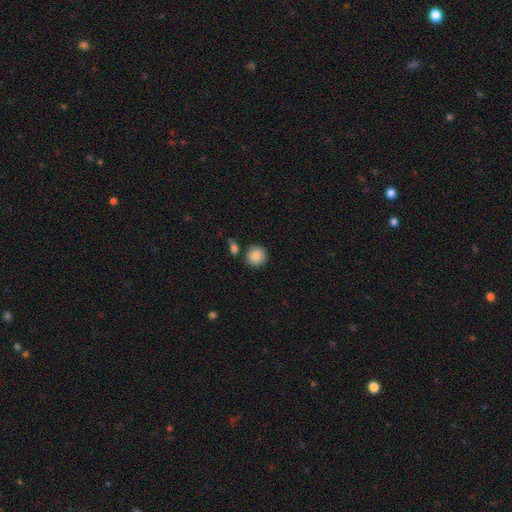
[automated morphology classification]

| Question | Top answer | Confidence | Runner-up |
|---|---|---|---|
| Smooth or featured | smooth | 89% | star or artifact (8%) |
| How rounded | round | 92% | in between (7%) |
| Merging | none | 83% | minor disturbance (9%) |